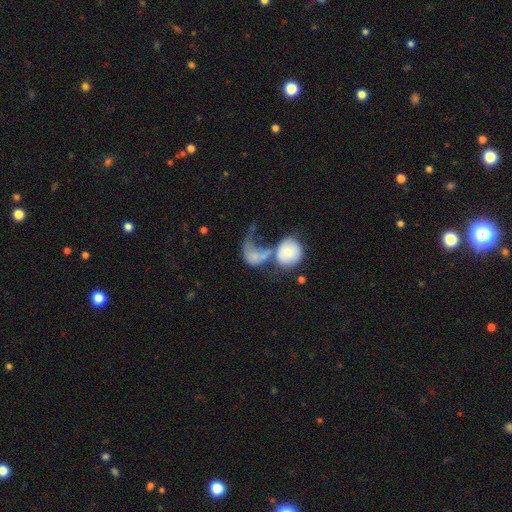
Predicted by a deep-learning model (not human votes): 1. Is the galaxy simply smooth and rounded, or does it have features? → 60% smooth, 32% featured or disk, 8% star or artifact.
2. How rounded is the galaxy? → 50% round, 48% in between, 2% cigar-shaped.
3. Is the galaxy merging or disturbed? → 51% merger, 33% major disturbance, 10% none, 7% minor disturbance.